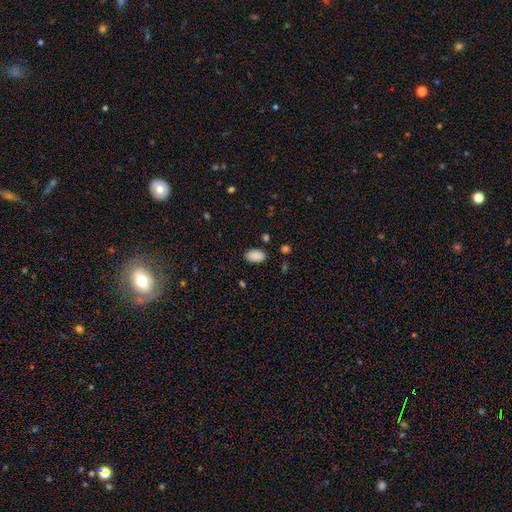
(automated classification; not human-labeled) A smooth galaxy with no disk features (89%) that is in between round and cigar-shaped (93%). Merging: none (85%).